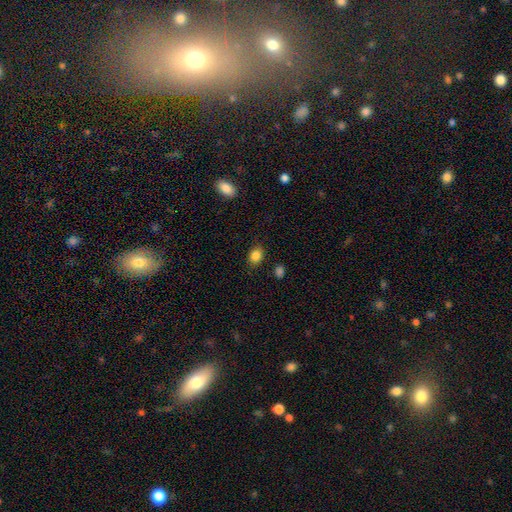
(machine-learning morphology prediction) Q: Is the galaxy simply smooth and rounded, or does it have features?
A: smooth — 86%.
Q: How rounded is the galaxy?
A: in between — 63%.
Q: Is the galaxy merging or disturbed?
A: none — 84%.